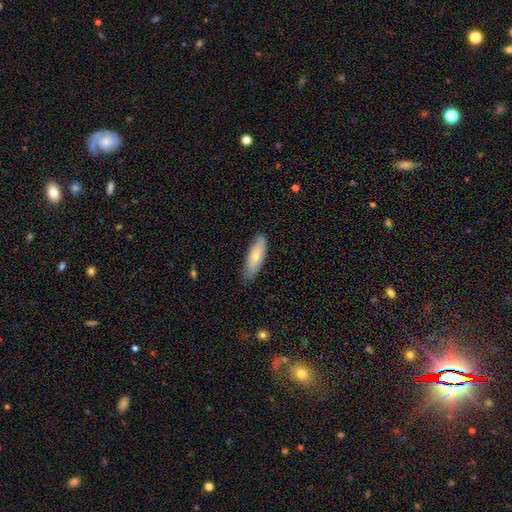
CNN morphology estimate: smooth_or_featured: smooth (p=0.69) [alt: featured or disk p=0.26]
how_rounded: in between (p=0.63) [alt: cigar-shaped p=0.35]
merging: none (p=0.79) [alt: minor disturbance p=0.18]